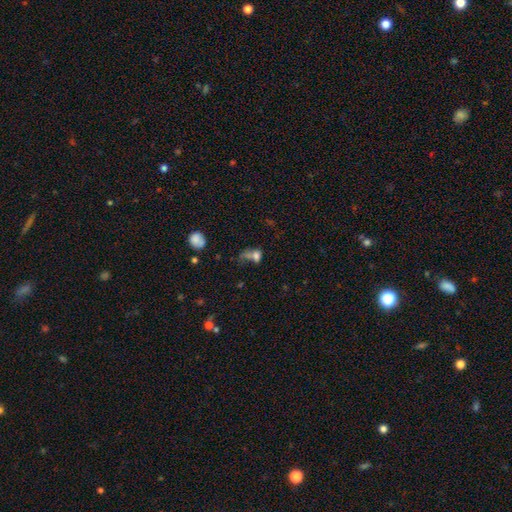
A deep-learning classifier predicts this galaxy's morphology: The model was most divided on "merging": merger: 31%, major disturbance: 30%, none: 24%, minor disturbance: 16%. More confident: smooth or featured — smooth (66%); how rounded — in between (58%).